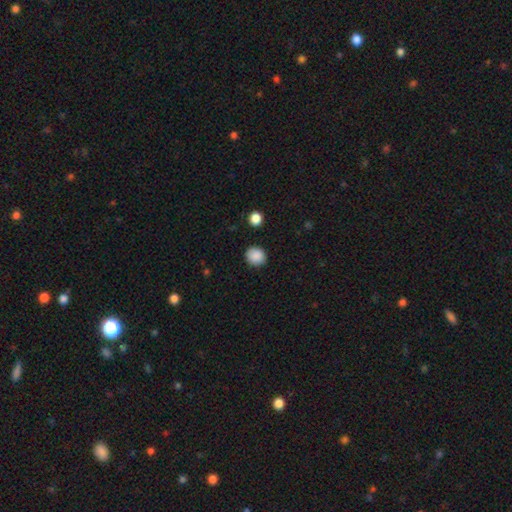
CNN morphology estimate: A smooth galaxy with no disk features (88%) that is round (81%). Merging: none (89%).